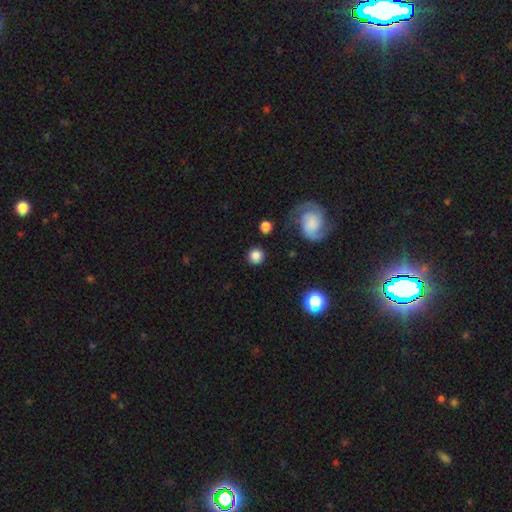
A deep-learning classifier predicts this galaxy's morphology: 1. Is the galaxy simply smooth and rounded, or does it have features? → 80% smooth, 10% star or artifact, 10% featured or disk.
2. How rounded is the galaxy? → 93% round, 6% in between, 1% cigar-shaped.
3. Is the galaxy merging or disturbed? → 86% none, 7% minor disturbance, 4% major disturbance, 3% merger.